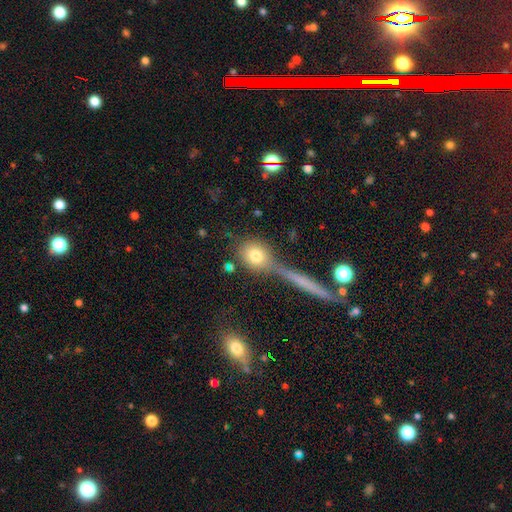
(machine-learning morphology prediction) smooth 76%, featured or disk 13%, star or artifact 11%. Down the decision tree: how rounded — round (71%); merging — none (61%).